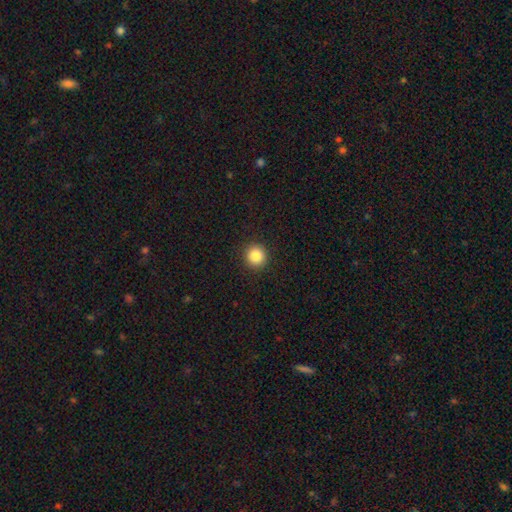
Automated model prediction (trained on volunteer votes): Smooth or featured? Predicted: smooth (p=0.85). How rounded? Predicted: round (p=0.94). Merging? Predicted: none (p=0.92).